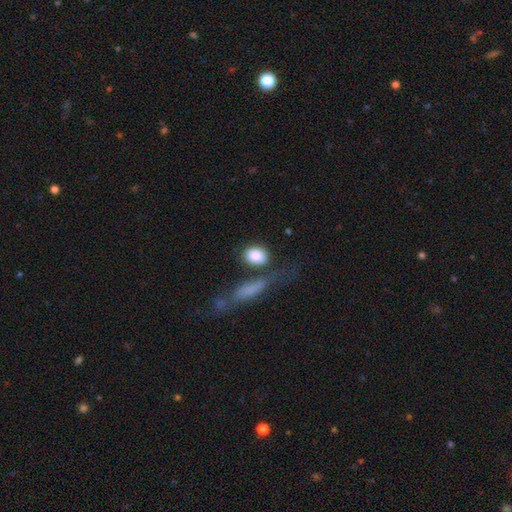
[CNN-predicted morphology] A smooth galaxy with no disk features (84%) that is in between round and cigar-shaped (62%). Merging: none (55%).